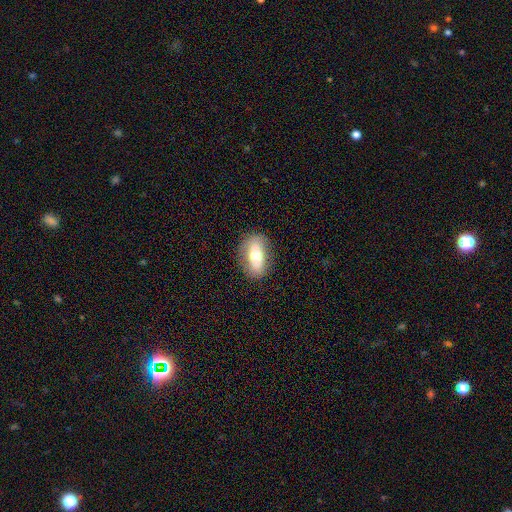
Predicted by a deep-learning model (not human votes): smooth_or_featured: smooth (p=0.56) [alt: featured or disk p=0.37]
how_rounded: in between (p=0.82) [alt: cigar-shaped p=0.09]
merging: none (p=0.83) [alt: minor disturbance p=0.12]